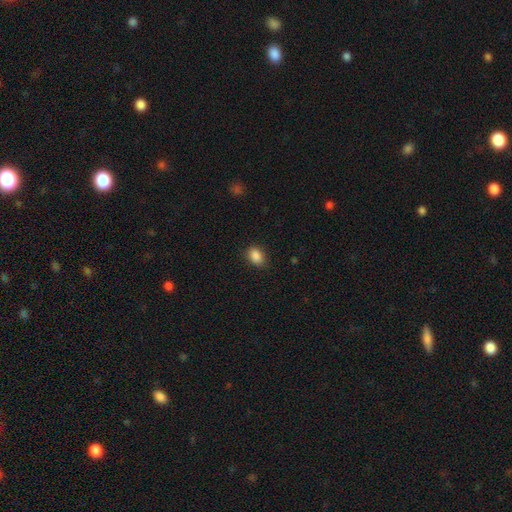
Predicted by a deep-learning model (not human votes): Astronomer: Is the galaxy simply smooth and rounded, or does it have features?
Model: smooth — 88%.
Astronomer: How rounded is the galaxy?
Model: in between — 79%.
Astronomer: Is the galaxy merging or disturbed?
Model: none — 83%.